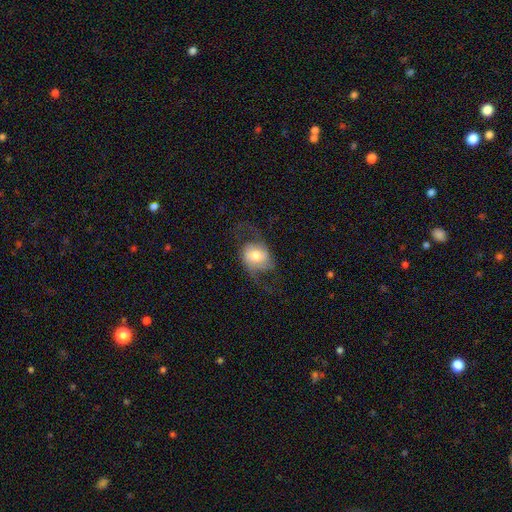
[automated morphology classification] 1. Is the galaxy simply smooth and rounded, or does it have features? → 65% featured or disk, 28% smooth, 7% star or artifact.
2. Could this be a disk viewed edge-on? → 96% no, 4% yes.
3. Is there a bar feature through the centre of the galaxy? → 59% no, 31% weak, 10% strong.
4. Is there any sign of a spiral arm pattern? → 88% yes, 12% no.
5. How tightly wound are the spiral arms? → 67% loose, 27% medium, 5% tight.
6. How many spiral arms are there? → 88% 2, 4% can't tell, 4% 1, 2% 3, 1% 4, 1% more than 4.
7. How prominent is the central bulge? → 64% moderate, 16% small, 15% large, 3% dominant, 2% none.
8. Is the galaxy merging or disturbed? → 55% none, 25% major disturbance, 18% minor disturbance, 2% merger.